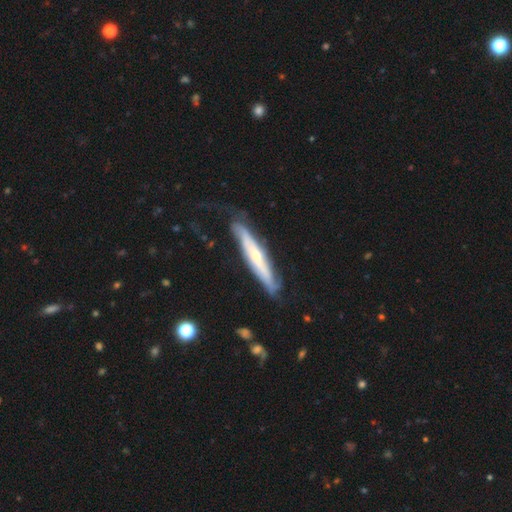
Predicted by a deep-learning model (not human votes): smooth-or-featured: featured or disk: 67% | smooth: 27% | star or artifact: 7%
  disk-edge-on: yes: 77% | no: 23%
    edge-on-bulge: rounded: 72% | none: 24% | boxy: 4%
  merging: none: 66% | minor disturbance: 23% | major disturbance: 9% | merger: 2%